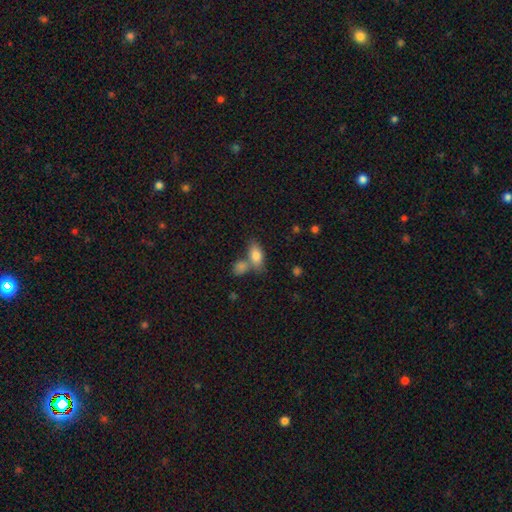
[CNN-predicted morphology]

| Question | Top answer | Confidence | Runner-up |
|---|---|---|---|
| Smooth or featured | smooth | 81% | featured or disk (12%) |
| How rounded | in between | 86% | cigar-shaped (7%) |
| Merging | none | 48% | merger (36%) |